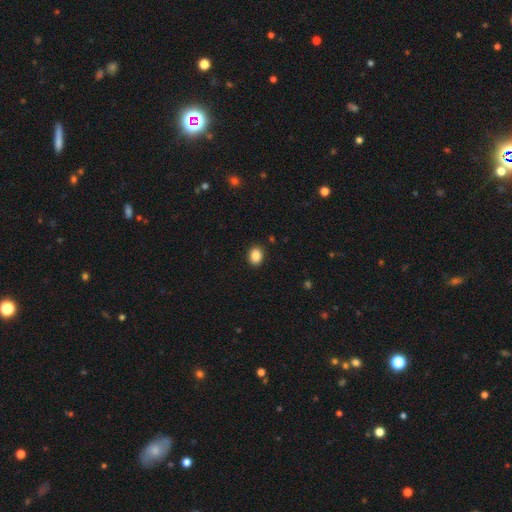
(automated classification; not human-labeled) Smooth or featured?
  - smooth: 88% *
  - star or artifact: 9%
  - featured or disk: 3%
How rounded?
  - in between: 59% *
  - round: 41%
  - cigar-shaped: 1%
Merging?
  - none: 90% *
  - minor disturbance: 7%
  - major disturbance: 2%
  - merger: 1%